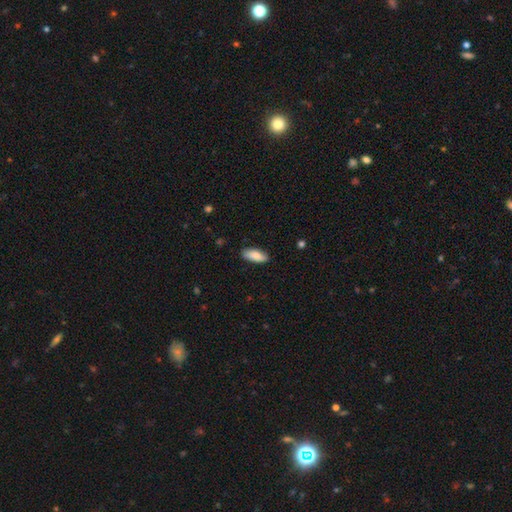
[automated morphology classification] Overall: smooth (83%). How rounded: in between (82%). Merging: none (83%).